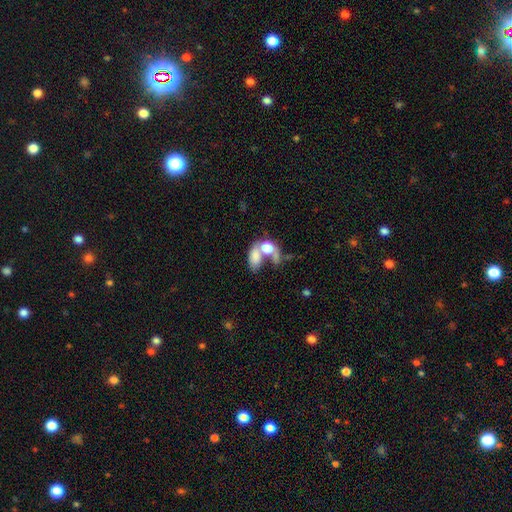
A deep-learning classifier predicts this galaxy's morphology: smooth-or-featured: smooth: 67% | featured or disk: 23% | star or artifact: 10%
  how-rounded: in between: 80% | round: 17% | cigar-shaped: 2%
  merging: merger: 64% | major disturbance: 15% | none: 14% | minor disturbance: 7%